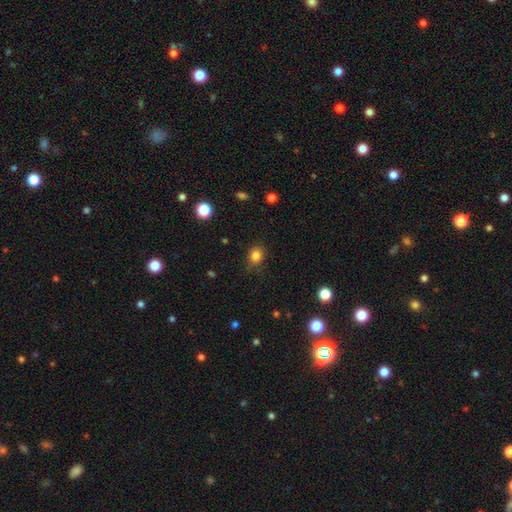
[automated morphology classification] Smooth or featured?
  - smooth: 83% *
  - star or artifact: 12%
  - featured or disk: 5%
How rounded?
  - round: 66% *
  - in between: 33%
  - cigar-shaped: 1%
Merging?
  - none: 79% *
  - minor disturbance: 16%
  - major disturbance: 4%
  - merger: 1%